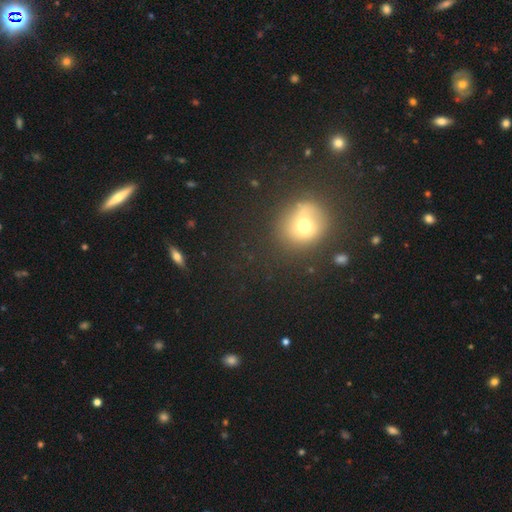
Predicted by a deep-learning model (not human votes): A smooth galaxy with no disk features (56%) that is round (77%).

Vote fractions:
- Smooth or featured? smooth: 56% / star or artifact: 31% / featured or disk: 13%
- How rounded? round: 77% / in between: 21% / cigar-shaped: 2%
- Merging? none: 84% / minor disturbance: 9% / major disturbance: 4% / merger: 3%